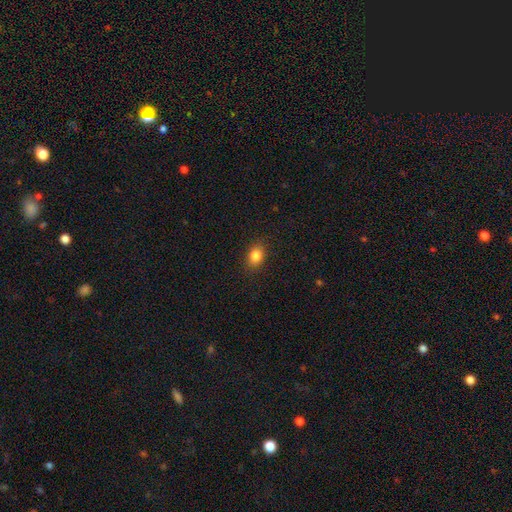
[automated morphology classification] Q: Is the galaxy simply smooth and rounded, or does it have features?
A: smooth — 84%.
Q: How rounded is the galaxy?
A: in between — 61%.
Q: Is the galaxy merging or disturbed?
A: none — 88%.